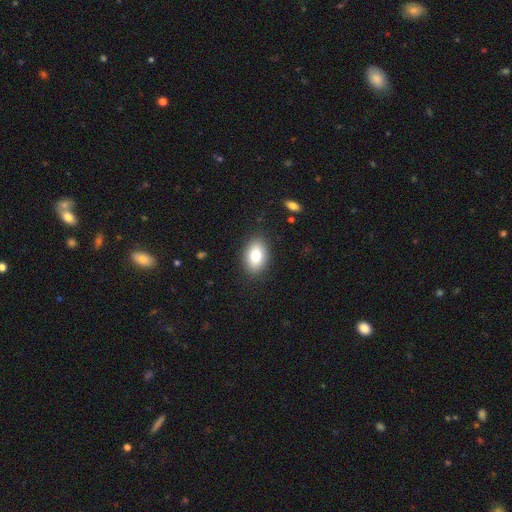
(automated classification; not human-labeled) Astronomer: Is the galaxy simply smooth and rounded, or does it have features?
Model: smooth — 81%.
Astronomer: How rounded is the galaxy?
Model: in between — 86%.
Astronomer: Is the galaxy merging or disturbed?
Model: none — 88%.